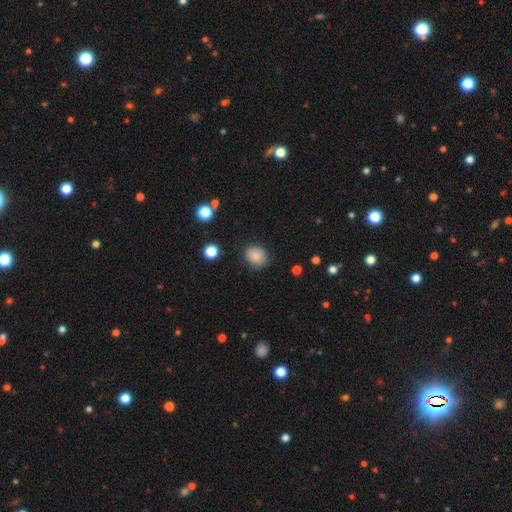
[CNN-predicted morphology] The model was most divided on "how rounded": round: 65%, in between: 34%, cigar-shaped: 1%. More confident: smooth or featured — smooth (86%); merging — none (82%).